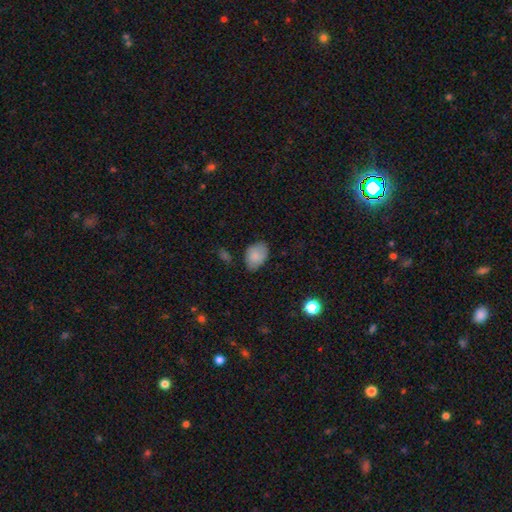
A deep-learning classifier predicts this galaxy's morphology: A smooth galaxy with no disk features (84%) that is in between round and cigar-shaped (83%).

Vote fractions:
- Smooth or featured? smooth: 84% / featured or disk: 9% / star or artifact: 7%
- How rounded? in between: 83% / round: 16% / cigar-shaped: 1%
- Merging? none: 67% / minor disturbance: 26% / major disturbance: 5% / merger: 2%